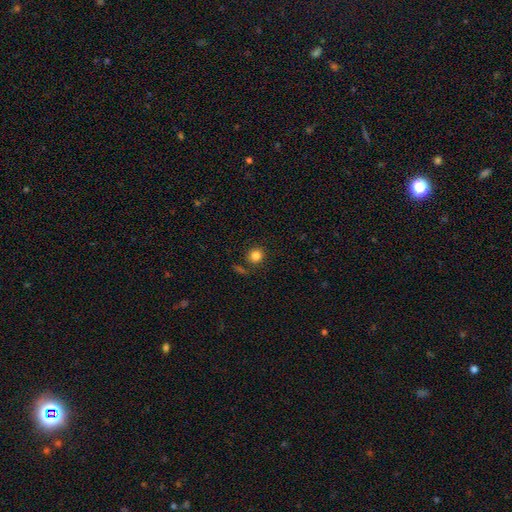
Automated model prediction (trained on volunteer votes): Overall: smooth (84%). How rounded: round (88%). Merging: none (82%).